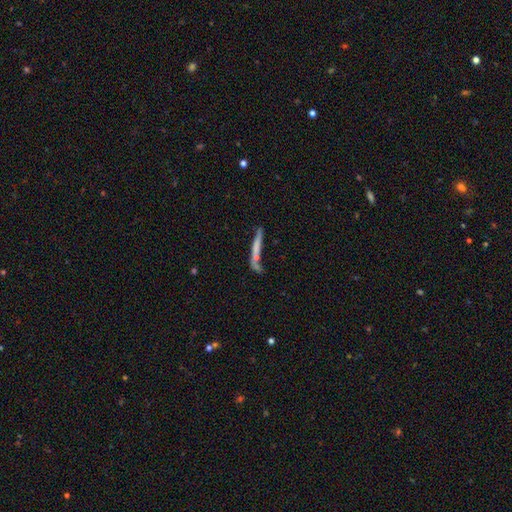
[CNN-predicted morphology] This is possibly a smooth galaxy (46%). Merging: possibly none (56%).